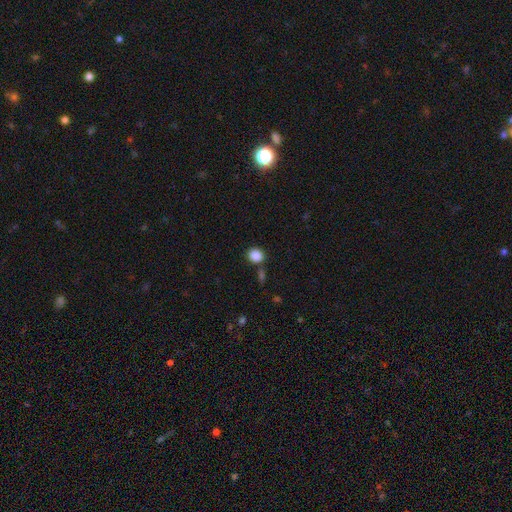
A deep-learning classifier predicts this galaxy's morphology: Q: Smooth or featured?
A: smooth (87%); runner-up: star or artifact (9%)
Q: How rounded?
A: round (69%); runner-up: in between (29%)
Q: Merging?
A: none (75%); runner-up: minor disturbance (11%)